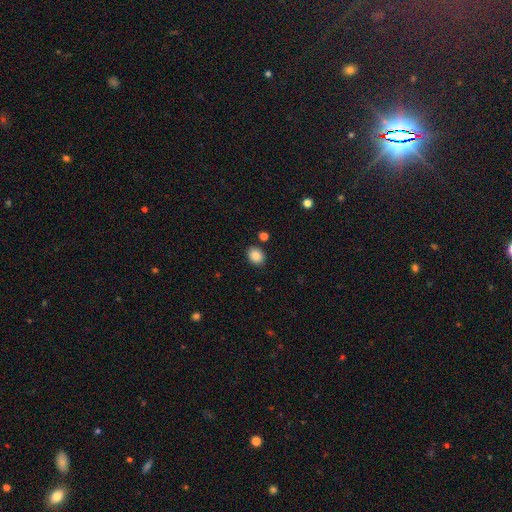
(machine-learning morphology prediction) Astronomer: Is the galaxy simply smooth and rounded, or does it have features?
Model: smooth — 87%.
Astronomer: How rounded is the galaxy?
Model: round — 50% (runner-up: in between, 49%).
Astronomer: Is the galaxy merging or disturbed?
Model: none — 86%.